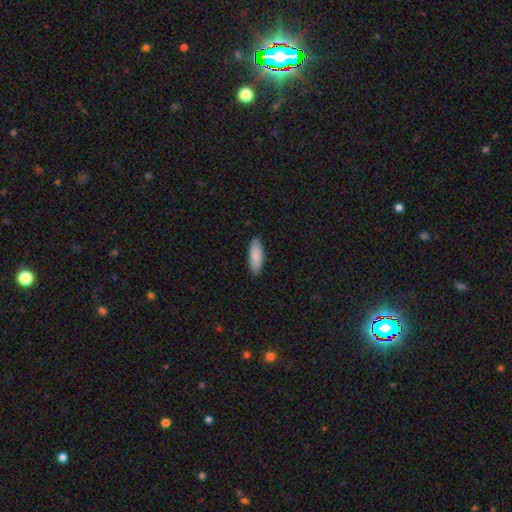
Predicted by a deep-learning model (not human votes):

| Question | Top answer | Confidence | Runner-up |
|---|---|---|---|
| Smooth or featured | smooth | 85% | featured or disk (10%) |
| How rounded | in between | 65% | cigar-shaped (33%) |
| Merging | none | 87% | minor disturbance (10%) |